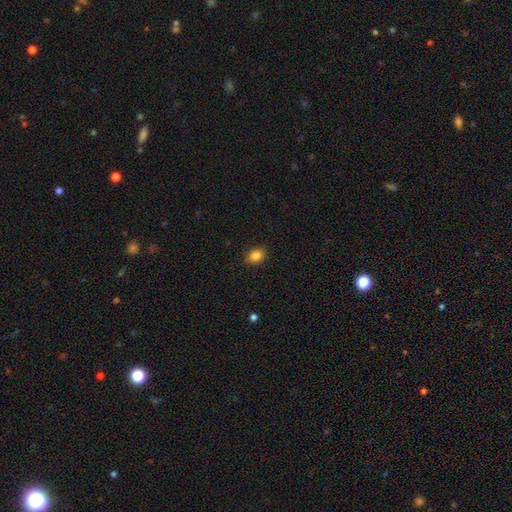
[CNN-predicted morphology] The model was most divided on "how rounded": in between: 54%, round: 45%, cigar-shaped: 1%. More confident: merging — none (88%); smooth or featured — smooth (85%).